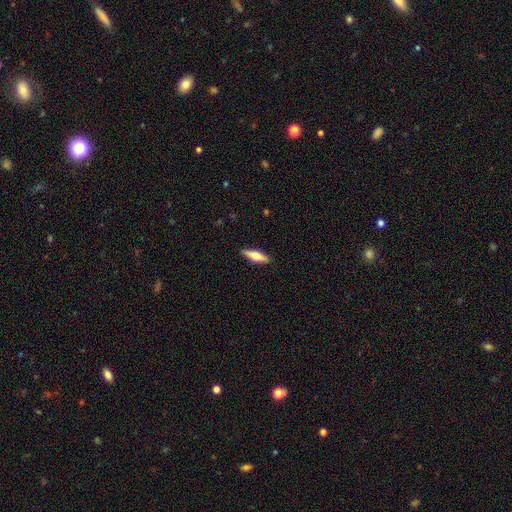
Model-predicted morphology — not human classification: A smooth galaxy with no disk features (54%) that is cigar-shaped (60%).

Vote fractions:
- Smooth or featured? smooth: 54% / featured or disk: 40% / star or artifact: 6%
- How rounded? cigar-shaped: 60% / in between: 38% / round: 2%
- Merging? none: 89% / minor disturbance: 8% / major disturbance: 2% / merger: 1%